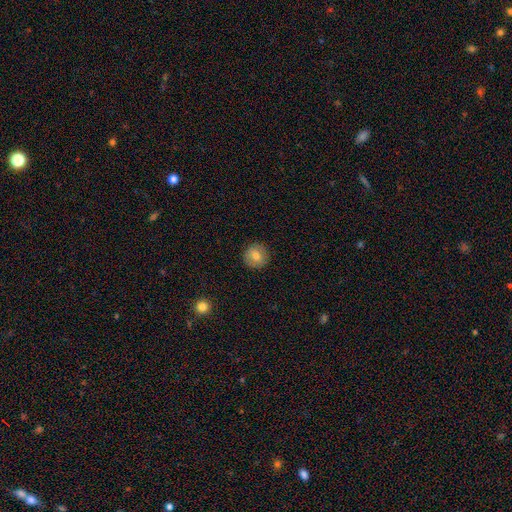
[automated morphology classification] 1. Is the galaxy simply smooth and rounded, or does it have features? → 77% smooth, 14% featured or disk, 9% star or artifact.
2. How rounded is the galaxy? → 93% round, 6% in between, 1% cigar-shaped.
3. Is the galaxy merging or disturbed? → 91% none, 6% minor disturbance, 2% major disturbance, 1% merger.